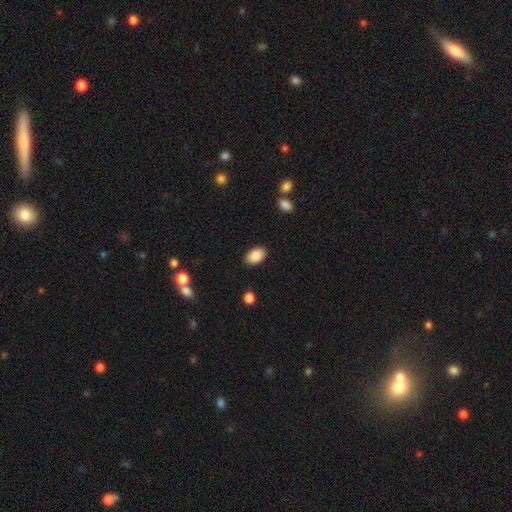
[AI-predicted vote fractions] smooth_or_featured: smooth (p=0.88) [alt: star or artifact p=0.07]
how_rounded: in between (p=0.89) [alt: round p=0.10]
merging: none (p=0.87) [alt: minor disturbance p=0.09]